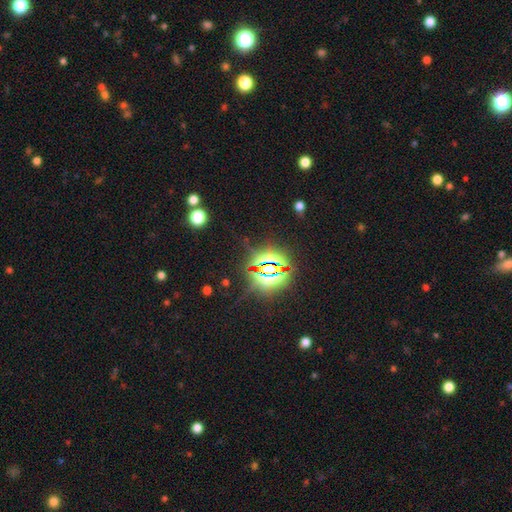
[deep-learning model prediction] star or artifact 84%, smooth 10%, featured or disk 6%.